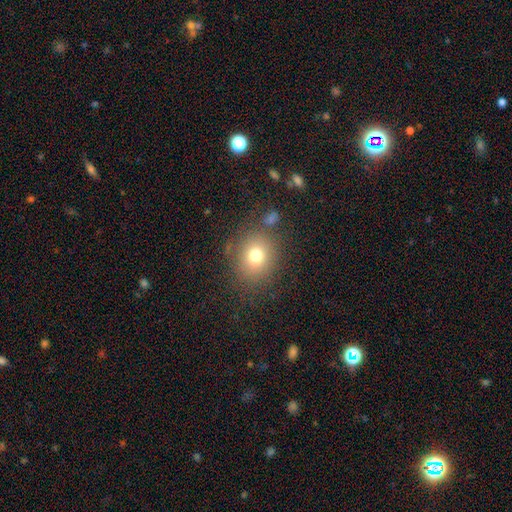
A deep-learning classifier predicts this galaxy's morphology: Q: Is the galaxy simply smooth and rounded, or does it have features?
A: smooth — 75%.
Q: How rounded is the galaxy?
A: round — 73%.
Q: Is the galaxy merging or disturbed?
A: none — 79%.